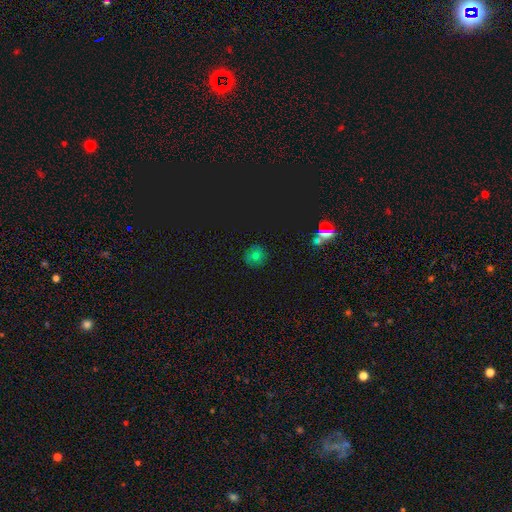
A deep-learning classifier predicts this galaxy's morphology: Smooth or featured? smooth (62%)
How rounded? round (92%)
Merging? none (86%)